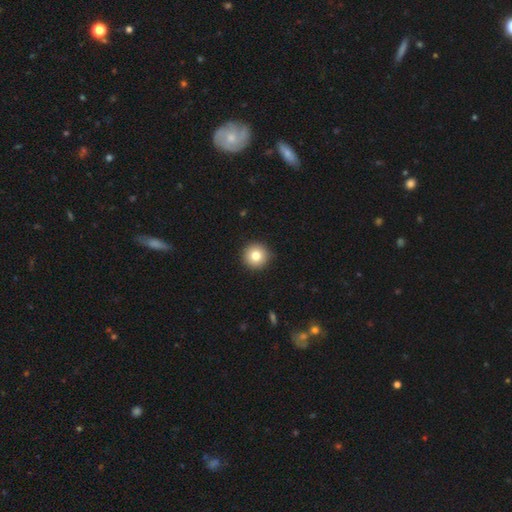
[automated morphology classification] smooth_or_featured: smooth (p=0.80) [alt: featured or disk p=0.10]
how_rounded: round (p=0.96) [alt: in between p=0.03]
merging: none (p=0.92) [alt: minor disturbance p=0.06]